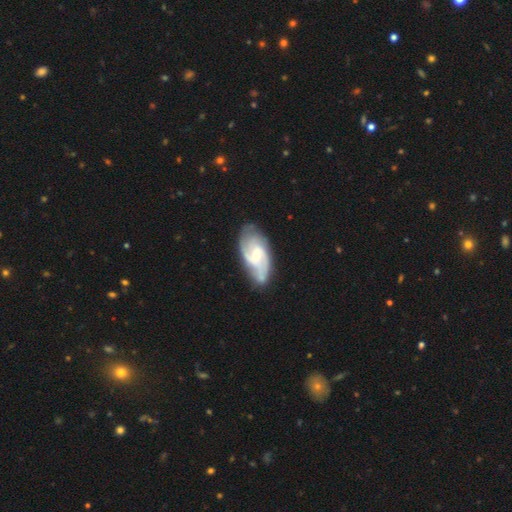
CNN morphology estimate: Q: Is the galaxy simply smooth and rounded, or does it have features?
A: featured or disk — 82%.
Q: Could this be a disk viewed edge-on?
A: no — 94%.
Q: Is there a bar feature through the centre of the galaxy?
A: no — 55%.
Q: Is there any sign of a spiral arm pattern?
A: yes — 94%.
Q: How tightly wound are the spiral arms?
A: medium — 42%.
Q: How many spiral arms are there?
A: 2 — 46%.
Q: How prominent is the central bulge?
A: moderate — 54%.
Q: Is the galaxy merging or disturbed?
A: none — 68%.